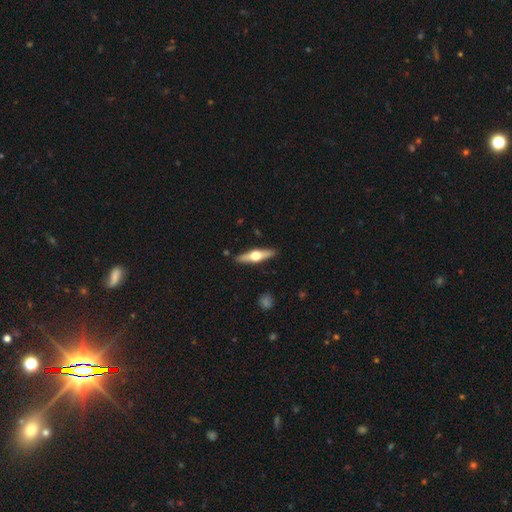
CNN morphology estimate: This is likely a featured or disk galaxy (64%). It is clearly viewed edge-on (96%). Edge-on bulge: clearly rounded (96%). Merging: clearly none (90%).